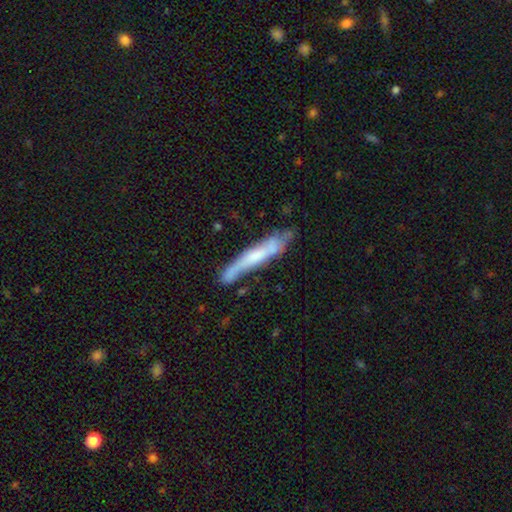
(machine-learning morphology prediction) A featured or disk galaxy (50%) viewed edge-on (69%).

Vote fractions:
- Smooth or featured? featured or disk: 50% / smooth: 44% / star or artifact: 6%
- Edge-on disk? yes: 69% / no: 31%
- Merging? none: 56% / minor disturbance: 28% / major disturbance: 9% / merger: 7%